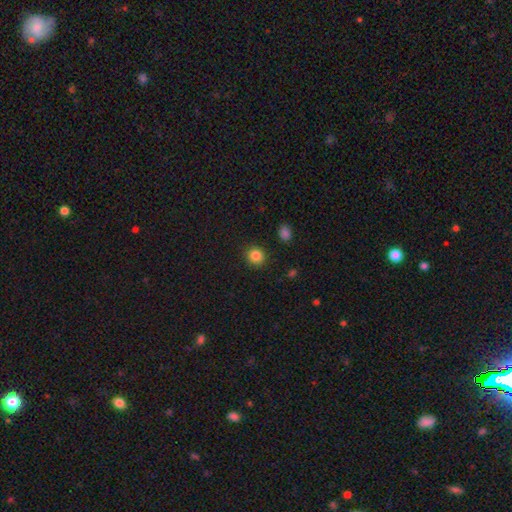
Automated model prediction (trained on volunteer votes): Overall: smooth (85%). How rounded: round (87%). Merging: none (90%).